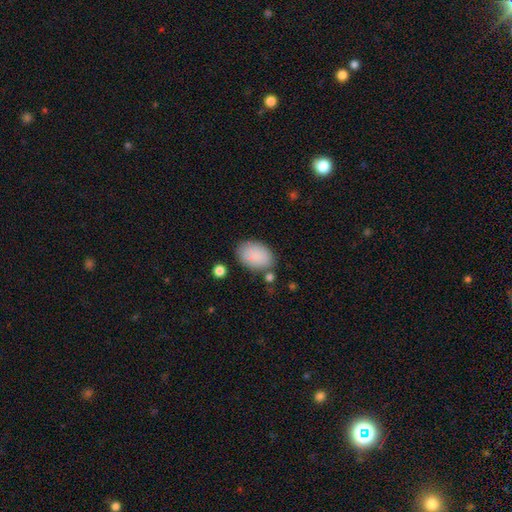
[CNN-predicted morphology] Smooth or featured?
  - smooth: 88% *
  - star or artifact: 6%
  - featured or disk: 6%
How rounded?
  - in between: 90% *
  - round: 9%
  - cigar-shaped: 1%
Merging?
  - none: 76% *
  - minor disturbance: 14%
  - merger: 5%
  - major disturbance: 4%